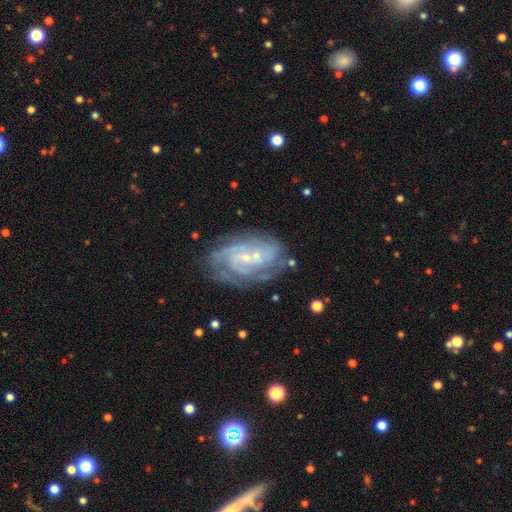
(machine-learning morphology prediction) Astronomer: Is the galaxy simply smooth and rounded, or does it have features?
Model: featured or disk — 83%.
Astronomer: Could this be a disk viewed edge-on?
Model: no — 97%.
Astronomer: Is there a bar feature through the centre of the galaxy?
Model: no — 63%.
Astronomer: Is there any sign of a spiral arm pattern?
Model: yes — 93%.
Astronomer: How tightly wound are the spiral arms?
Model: tight — 65%.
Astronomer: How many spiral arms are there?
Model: can't tell — 35% (runner-up: 3, 21%).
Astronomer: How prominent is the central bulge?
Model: small — 79%.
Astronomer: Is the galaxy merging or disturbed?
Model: none — 58%.